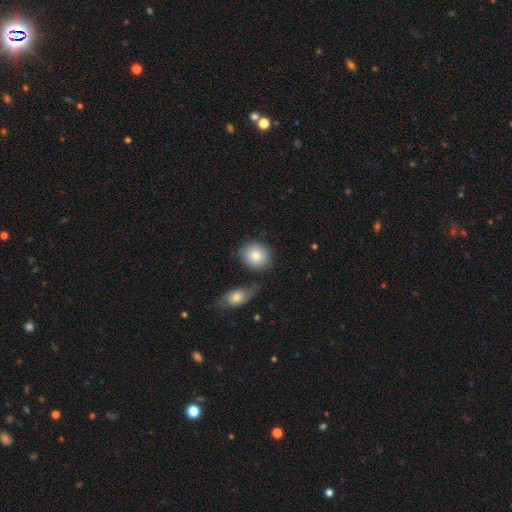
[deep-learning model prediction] Smooth or featured? Predicted: smooth (p=0.82). How rounded? Predicted: round (p=0.81). Merging? Predicted: none (p=0.72).